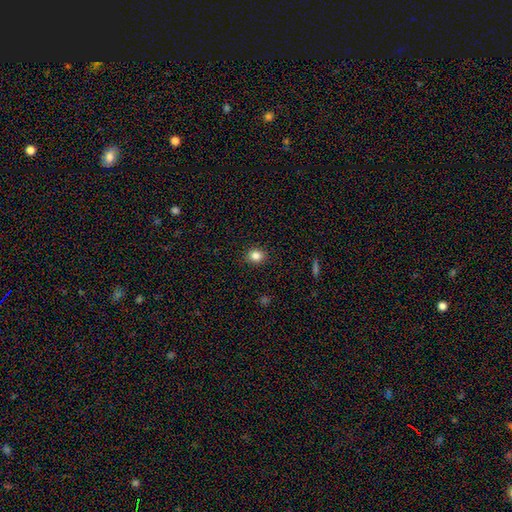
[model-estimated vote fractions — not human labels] This appears to be a smooth galaxy with no disk features (84%) that is round (73%). Merging: none (89%).